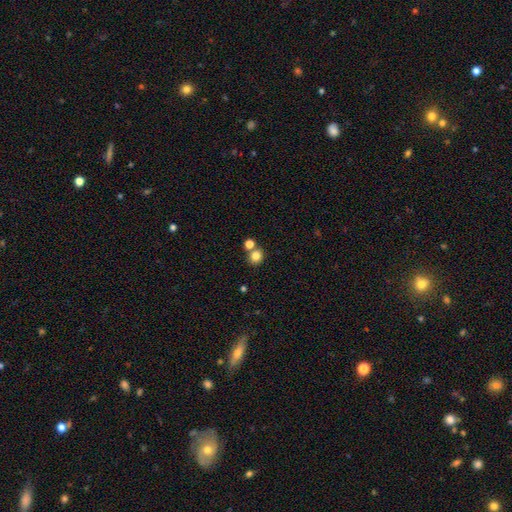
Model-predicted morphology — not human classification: Overall: smooth (81%). How rounded: round (82%). Merging: none (66%).